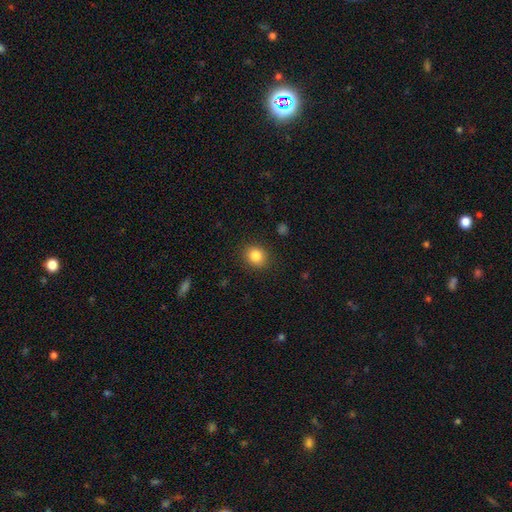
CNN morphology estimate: Q: Smooth or featured?
A: smooth (85%); runner-up: star or artifact (10%)
Q: How rounded?
A: round (77%); runner-up: in between (22%)
Q: Merging?
A: none (88%); runner-up: minor disturbance (8%)